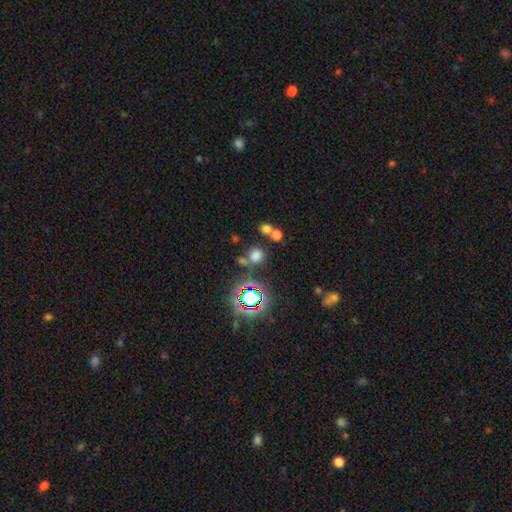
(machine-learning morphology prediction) Q: Smooth or featured?
A: smooth (65%); runner-up: star or artifact (27%)
Q: How rounded?
A: round (83%); runner-up: in between (16%)
Q: Merging?
A: none (67%); runner-up: merger (20%)